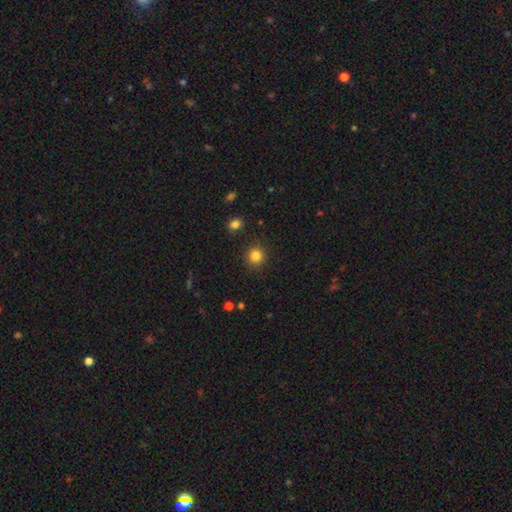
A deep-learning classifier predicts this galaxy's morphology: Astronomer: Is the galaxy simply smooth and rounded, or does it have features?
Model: smooth — 84%.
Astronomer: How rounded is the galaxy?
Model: round — 91%.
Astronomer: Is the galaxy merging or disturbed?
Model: none — 89%.